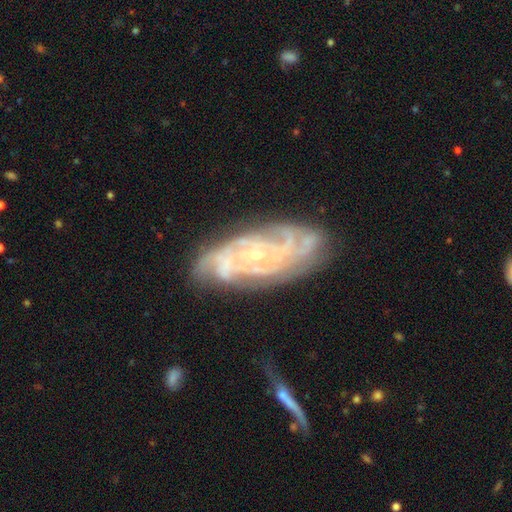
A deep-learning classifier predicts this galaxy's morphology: Smooth or featured? Predicted: featured or disk (p=0.87). Edge-on disk? Predicted: no (p=0.94). Bar? Predicted: no (p=0.71). Spiral arms? Predicted: yes (p=0.97). Spiral winding? Predicted: tight (p=0.72). Spiral arm count? Predicted: 4 (p=0.26). Bulge size? Predicted: small (p=0.76). Merging? Predicted: none (p=0.74).